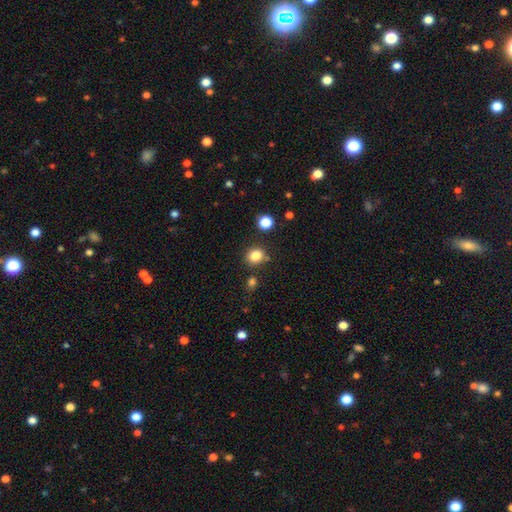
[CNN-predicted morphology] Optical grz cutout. It shows a smooth galaxy with no disk features (83%) that is round (69%). Merging: none (78%).